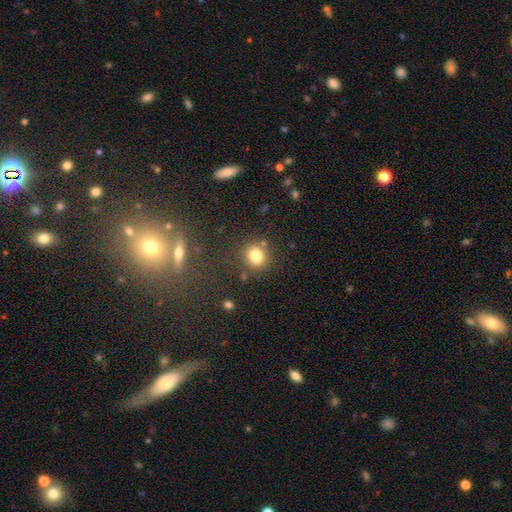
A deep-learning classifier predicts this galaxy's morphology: Smooth or featured?
  - smooth: 80% *
  - star or artifact: 13%
  - featured or disk: 7%
How rounded?
  - round: 86% *
  - in between: 13%
  - cigar-shaped: 1%
Merging?
  - none: 79% *
  - minor disturbance: 10%
  - merger: 7%
  - major disturbance: 4%